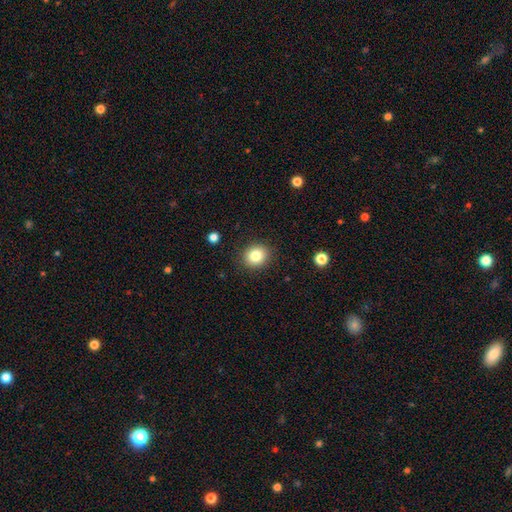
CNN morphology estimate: Smooth or featured? Predicted: smooth (p=0.82). How rounded? Predicted: round (p=0.76). Merging? Predicted: none (p=0.89).